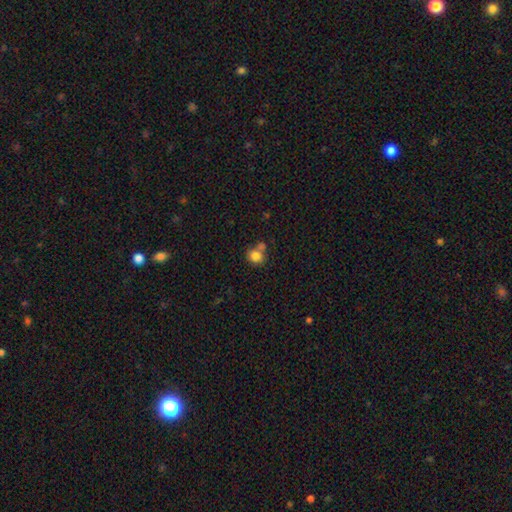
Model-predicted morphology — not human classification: Q: Smooth or featured?
A: smooth (81%); runner-up: star or artifact (10%)
Q: How rounded?
A: round (77%); runner-up: in between (22%)
Q: Merging?
A: none (49%); runner-up: merger (34%)